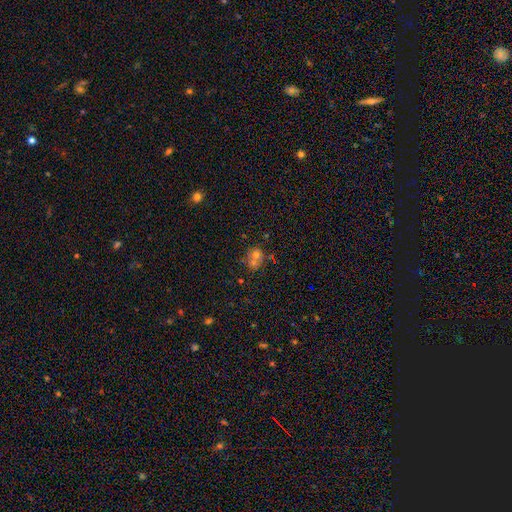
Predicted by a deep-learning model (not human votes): Q: Smooth or featured?
A: smooth (55%); runner-up: star or artifact (26%)
Q: How rounded?
A: round (76%); runner-up: in between (23%)
Q: Merging?
A: none (45%); runner-up: merger (40%)